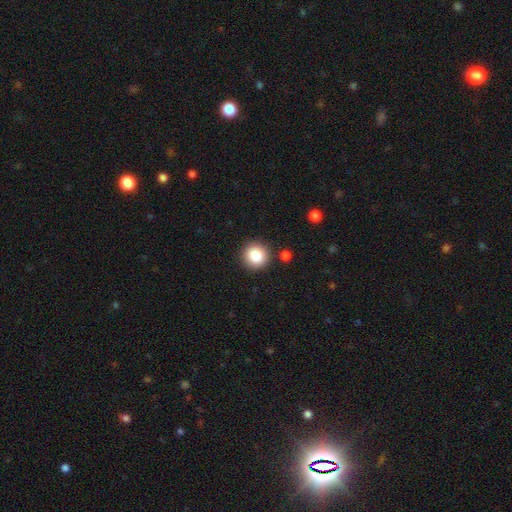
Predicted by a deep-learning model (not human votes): smooth-or-featured: smooth: 85% | star or artifact: 10% | featured or disk: 6%
  how-rounded: round: 94% | in between: 5% | cigar-shaped: 1%
  merging: none: 88% | minor disturbance: 7% | merger: 3% | major disturbance: 2%